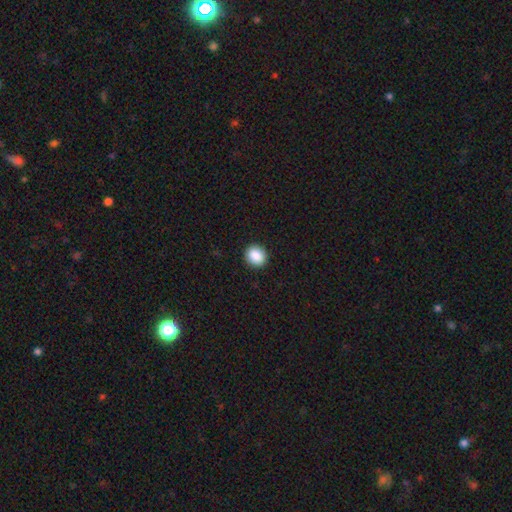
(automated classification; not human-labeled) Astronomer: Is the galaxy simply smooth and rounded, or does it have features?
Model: smooth — 89%.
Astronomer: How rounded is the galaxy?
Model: round — 77%.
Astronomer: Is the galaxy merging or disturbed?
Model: none — 92%.